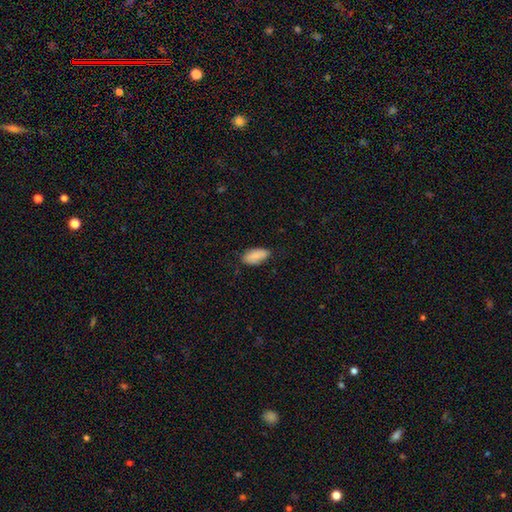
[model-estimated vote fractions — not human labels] Q: Smooth or featured?
A: smooth (87%); runner-up: featured or disk (7%)
Q: How rounded?
A: in between (92%); runner-up: cigar-shaped (5%)
Q: Merging?
A: none (77%); runner-up: minor disturbance (19%)